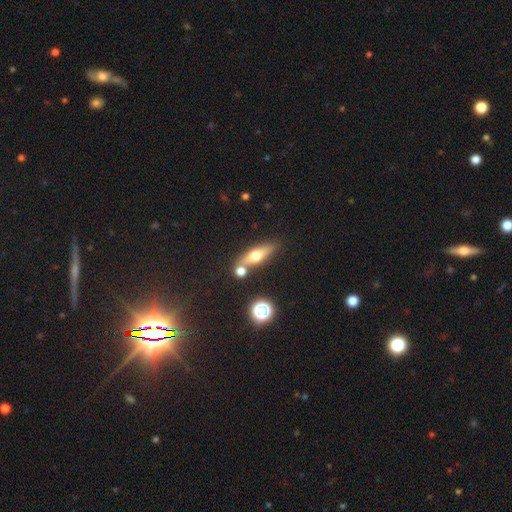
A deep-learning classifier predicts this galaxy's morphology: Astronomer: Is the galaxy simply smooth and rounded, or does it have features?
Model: featured or disk — 48% (runner-up: smooth, 43%).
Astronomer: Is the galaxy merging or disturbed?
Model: none — 71%.